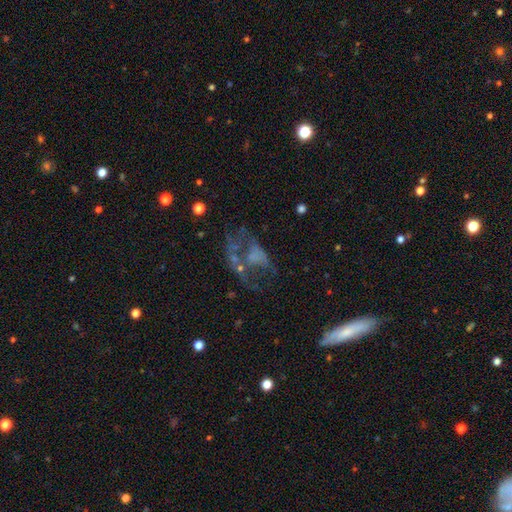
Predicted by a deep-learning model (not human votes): Overall: featured or disk (55%; smooth 26%). Edge-on disk: no (97%). Bar: no (88%). Spiral arms: no (81%). Bulge size: none (67%). Merging: major disturbance (44%; none 29%).